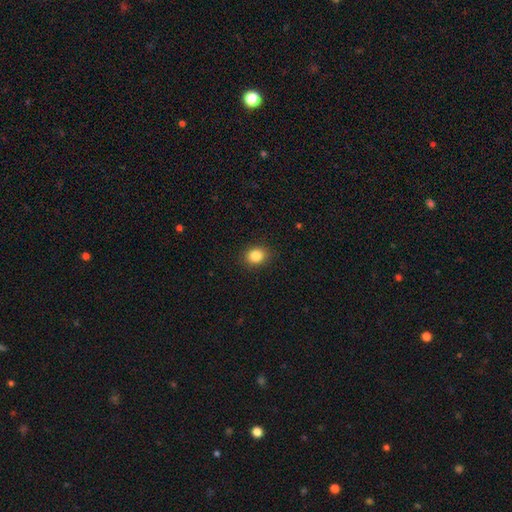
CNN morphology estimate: Smooth or featured?
  - smooth: 85% *
  - star or artifact: 10%
  - featured or disk: 5%
How rounded?
  - round: 63% *
  - in between: 36%
  - cigar-shaped: 1%
Merging?
  - none: 89% *
  - minor disturbance: 8%
  - major disturbance: 2%
  - merger: 1%